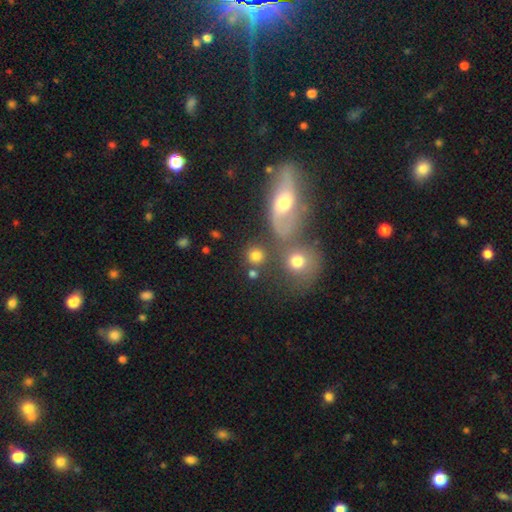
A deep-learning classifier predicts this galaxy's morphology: Smooth or featured? Predicted: smooth (p=0.76). How rounded? Predicted: round (p=0.86). Merging? Predicted: none (p=0.63).